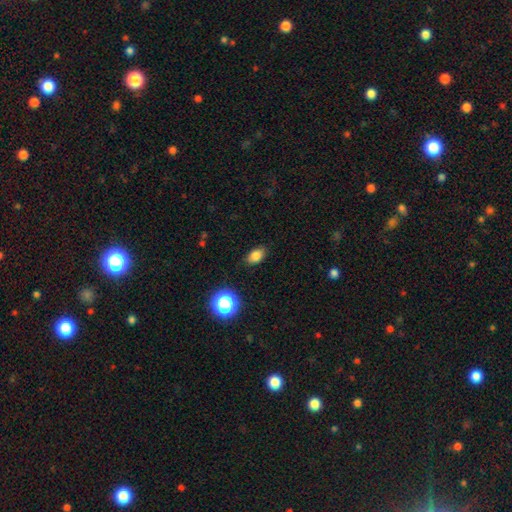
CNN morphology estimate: This appears to be a smooth galaxy with no disk features (81%) that is in between round and cigar-shaped (82%). Merging: none (85%).